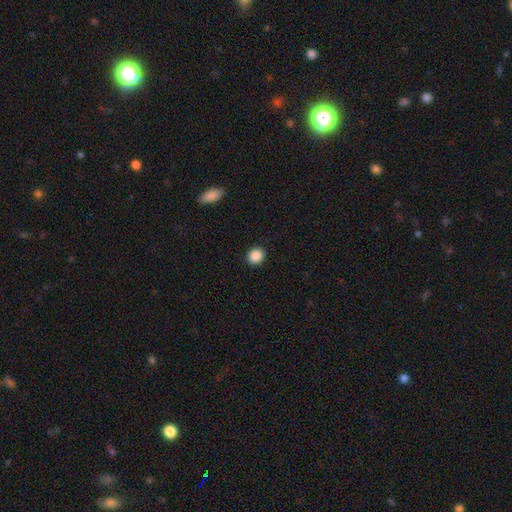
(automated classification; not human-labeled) Smooth or featured: smooth — 88% (star or artifact — 9%)
How rounded: round — 78% (in between — 21%)
Merging: none — 91% (minor disturbance — 6%)